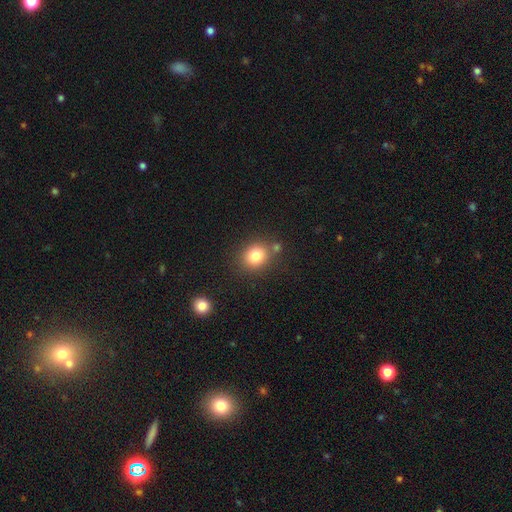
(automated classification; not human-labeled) A smooth galaxy with no disk features (81%) that is round (72%). Merging: none (75%).